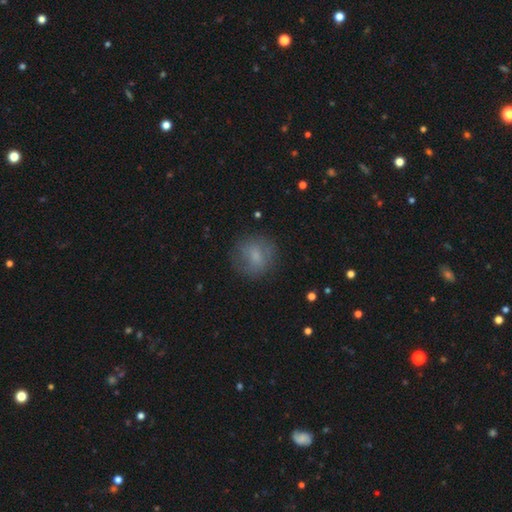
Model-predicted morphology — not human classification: type=smooth (68%); roundness=round (83%); merging=none (77%).